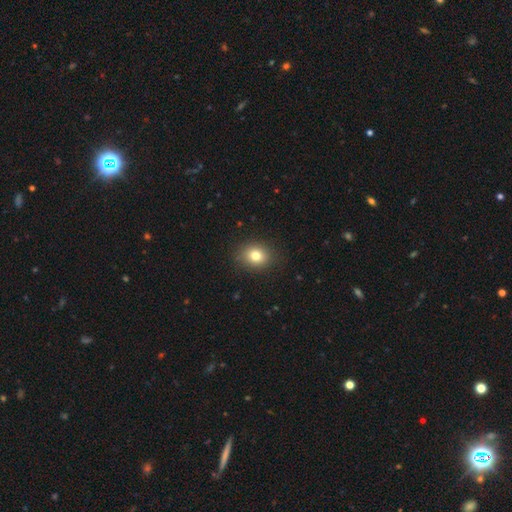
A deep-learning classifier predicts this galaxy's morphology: smooth-or-featured: smooth: 79% | star or artifact: 12% | featured or disk: 9%
  how-rounded: round: 59% | in between: 40% | cigar-shaped: 1%
  merging: none: 88% | minor disturbance: 8% | major disturbance: 3% | merger: 1%